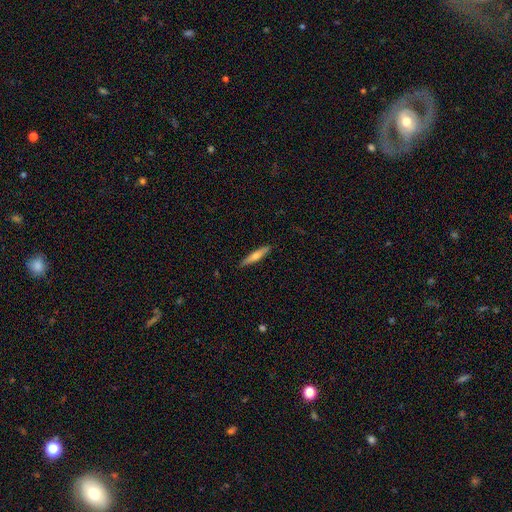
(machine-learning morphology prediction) A smooth galaxy with no disk features (51%) that is cigar-shaped (87%).

Vote fractions:
- Smooth or featured? smooth: 51% / featured or disk: 43% / star or artifact: 6%
- How rounded? cigar-shaped: 87% / in between: 11% / round: 2%
- Merging? none: 89% / minor disturbance: 8% / major disturbance: 2% / merger: 1%